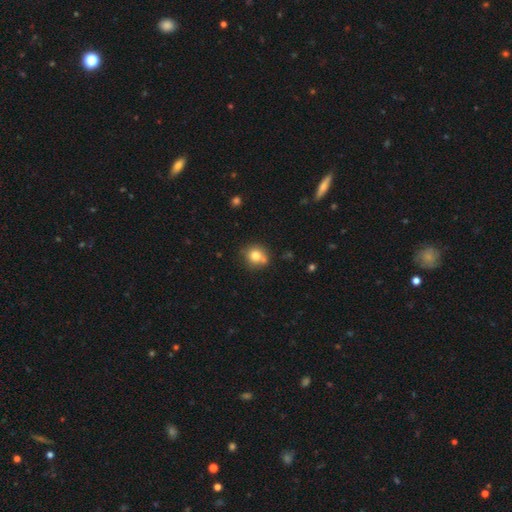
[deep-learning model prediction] Smooth or featured? smooth (79%)
How rounded? round (80%)
Merging? none (61%)